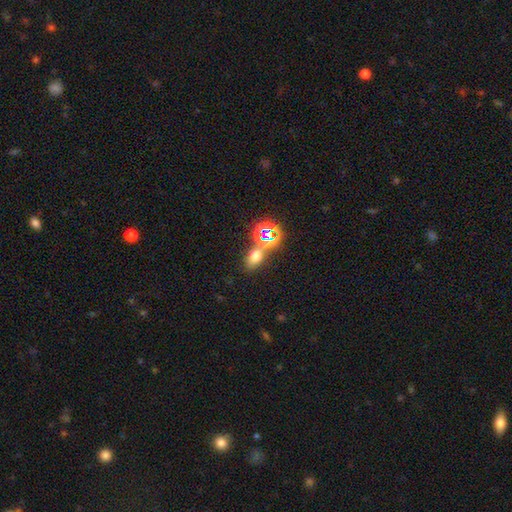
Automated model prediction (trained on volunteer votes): Q: Smooth or featured?
A: smooth (61%); runner-up: star or artifact (29%)
Q: How rounded?
A: in between (74%); runner-up: round (23%)
Q: Merging?
A: none (63%); runner-up: merger (22%)